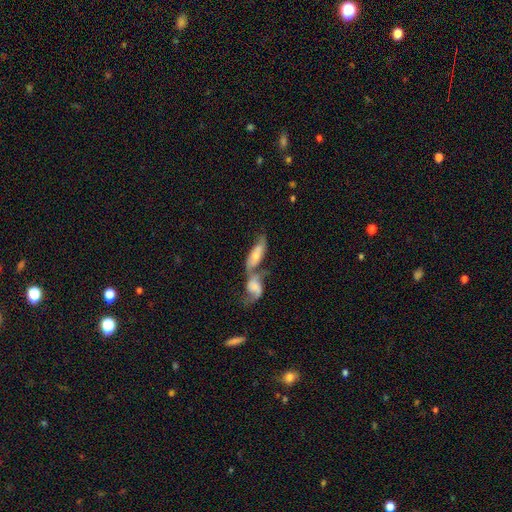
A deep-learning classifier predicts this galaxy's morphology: This appears to be a featured or disk galaxy (66%) with no bar (58%), spiral arms (84%) and a moderate central bulge (47%). Merging: merger (64%).